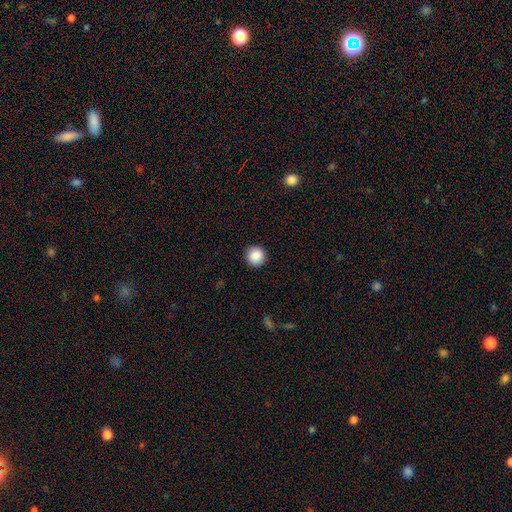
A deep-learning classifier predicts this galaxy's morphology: This is clearly a smooth galaxy (89%). How rounded: clearly round (95%). Merging: clearly none (92%).